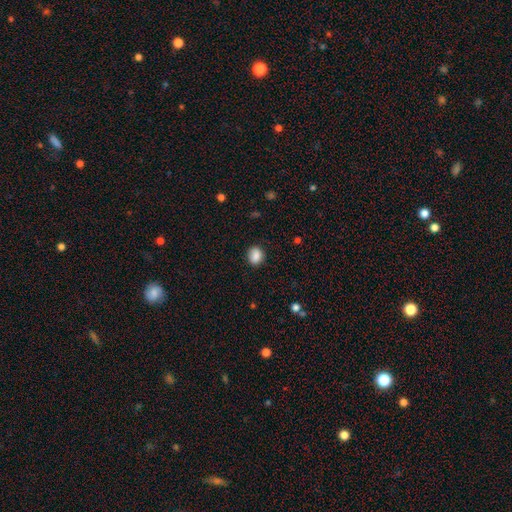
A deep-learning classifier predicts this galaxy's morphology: Overall: smooth (87%). How rounded: round (55%; in between 44%). Merging: none (86%).